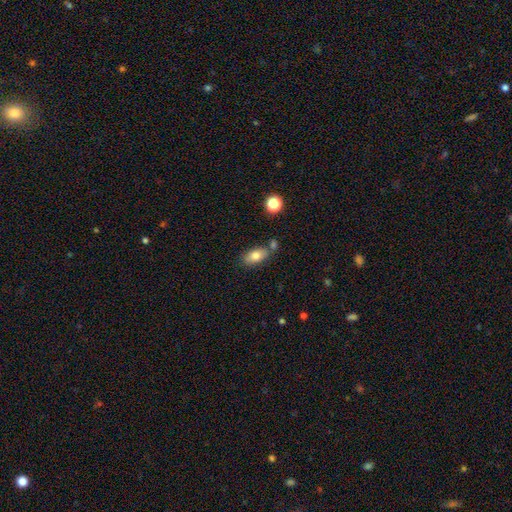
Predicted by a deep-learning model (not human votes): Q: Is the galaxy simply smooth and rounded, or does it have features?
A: smooth — 77%.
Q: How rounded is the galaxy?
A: in between — 88%.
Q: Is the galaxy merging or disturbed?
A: none — 65%.